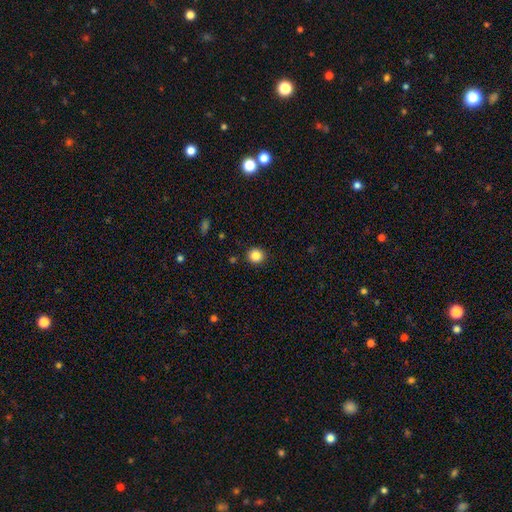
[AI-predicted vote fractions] Q: Smooth or featured?
A: smooth (85%); runner-up: star or artifact (11%)
Q: How rounded?
A: round (92%); runner-up: in between (7%)
Q: Merging?
A: none (91%); runner-up: minor disturbance (6%)